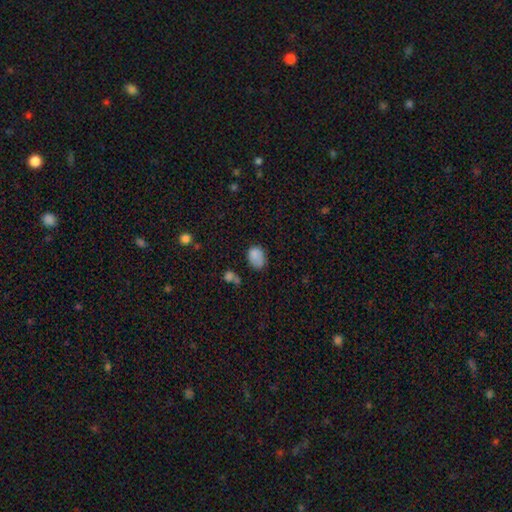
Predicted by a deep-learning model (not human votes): Smooth or featured?
  - smooth: 83% *
  - star or artifact: 10%
  - featured or disk: 7%
How rounded?
  - in between: 75% *
  - round: 24%
  - cigar-shaped: 1%
Merging?
  - none: 56% *
  - minor disturbance: 29%
  - major disturbance: 9%
  - merger: 6%